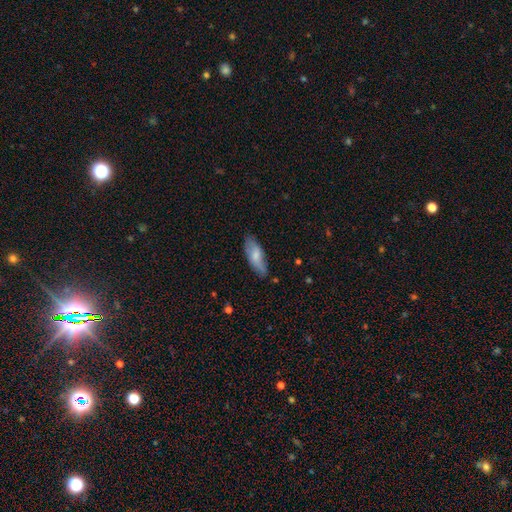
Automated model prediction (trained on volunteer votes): Smooth or featured?
  - smooth: 68% *
  - featured or disk: 26%
  - star or artifact: 6%
How rounded?
  - in between: 73% *
  - cigar-shaped: 25%
  - round: 2%
Merging?
  - none: 74% *
  - minor disturbance: 21%
  - major disturbance: 4%
  - merger: 2%